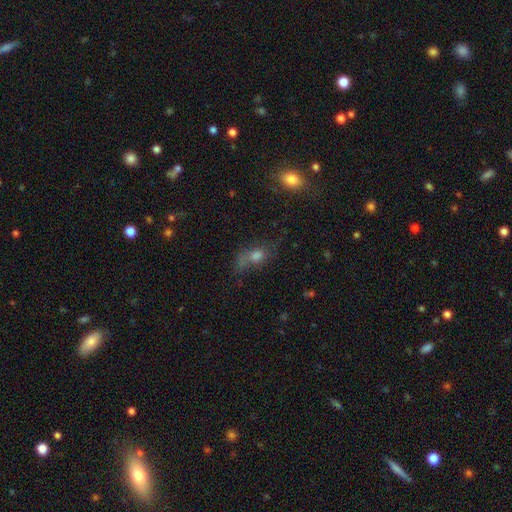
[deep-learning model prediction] Smooth or featured? smooth (55%)
How rounded? in between (55%)
Merging? none (46%)